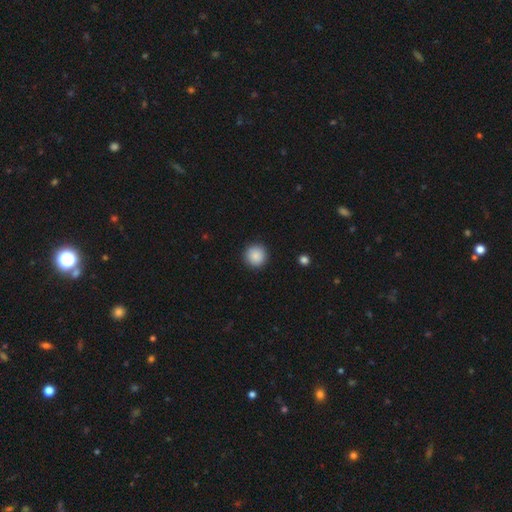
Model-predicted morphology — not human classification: smooth-or-featured: smooth: 89% | star or artifact: 8% | featured or disk: 3%
  how-rounded: round: 95% | in between: 4% | cigar-shaped: 1%
  merging: none: 92% | minor disturbance: 5% | major disturbance: 2% | merger: 1%